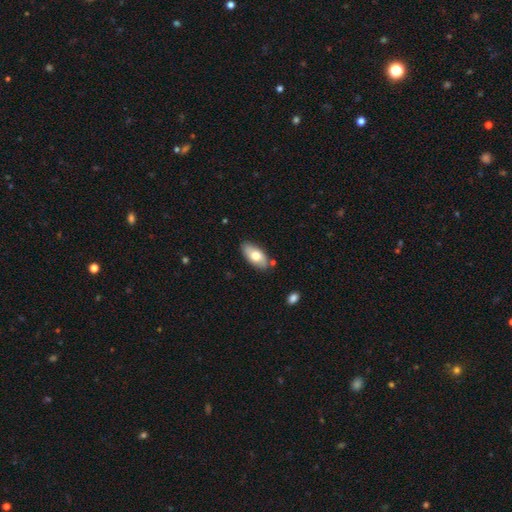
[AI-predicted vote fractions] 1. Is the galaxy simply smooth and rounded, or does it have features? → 71% smooth, 23% featured or disk, 6% star or artifact.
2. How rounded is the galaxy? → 91% in between, 6% cigar-shaped, 3% round.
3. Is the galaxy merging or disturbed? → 81% none, 13% minor disturbance, 4% merger, 2% major disturbance.